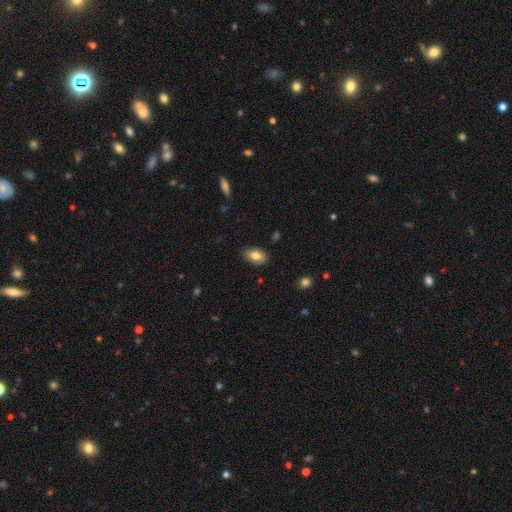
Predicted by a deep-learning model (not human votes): Smooth or featured? smooth (80%)
How rounded? in between (92%)
Merging? none (86%)